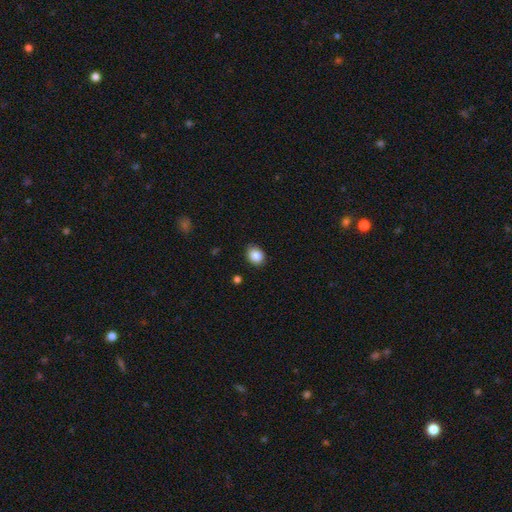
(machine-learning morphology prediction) Overall: smooth (87%). How rounded: in between (51%; round 49%). Merging: none (84%).